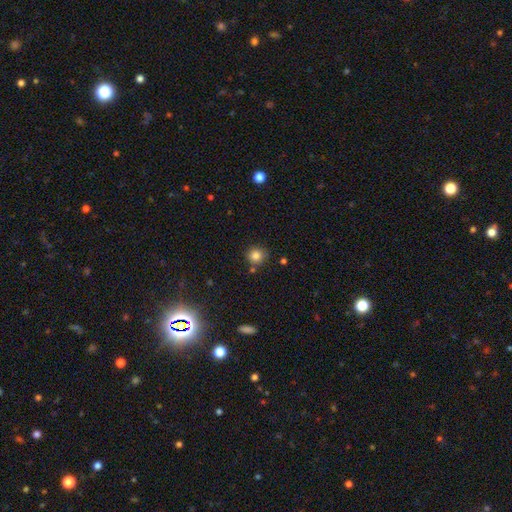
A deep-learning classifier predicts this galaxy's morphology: The model was most divided on "smooth or featured": smooth: 82%, star or artifact: 12%, featured or disk: 6%. More confident: how rounded — round (91%); merging — none (81%).